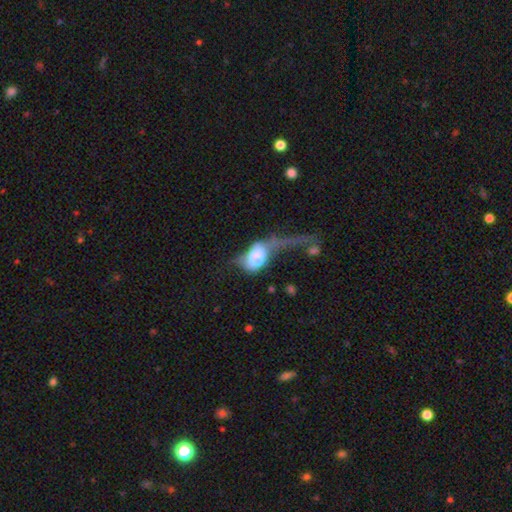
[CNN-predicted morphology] A smooth galaxy with no disk features (57%) that is in between round and cigar-shaped (81%).

Vote fractions:
- Smooth or featured? smooth: 57% / featured or disk: 34% / star or artifact: 10%
- How rounded? in between: 81% / round: 17% / cigar-shaped: 3%
- Merging? major disturbance: 53% / merger: 26% / minor disturbance: 11% / none: 10%